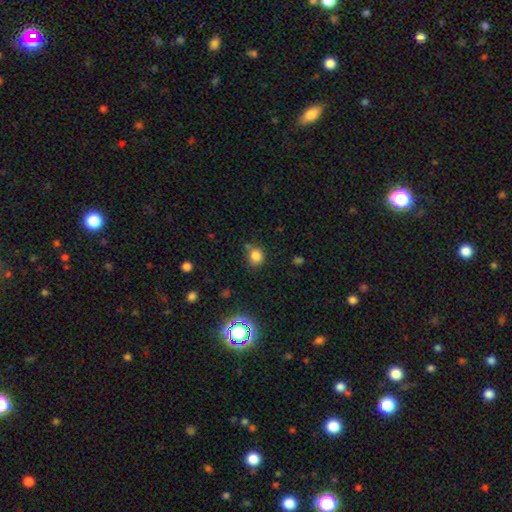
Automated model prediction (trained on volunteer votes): A smooth galaxy with no disk features (80%) that is round (79%). Merging: none (72%).